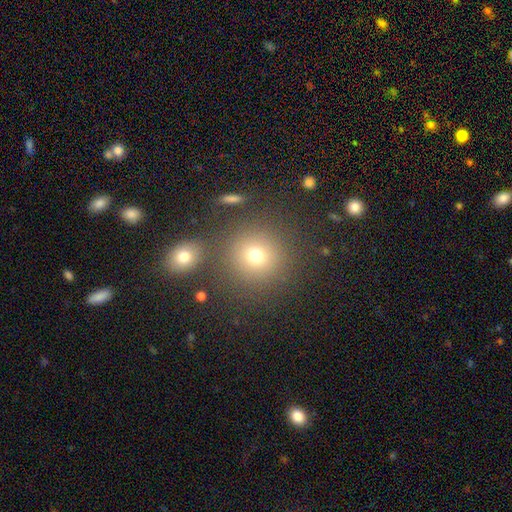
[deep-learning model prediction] Morphology: type=smooth (73%); roundness=round (91%); merging=none (79%).